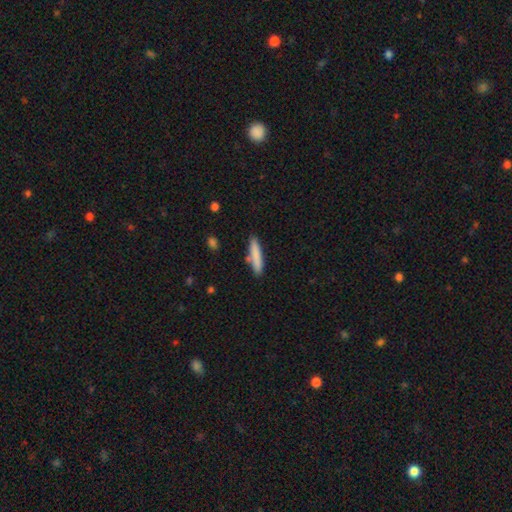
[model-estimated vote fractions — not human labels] This is clearly a smooth galaxy (82%). How rounded: clearly cigar-shaped (87%). Merging: clearly none (81%).